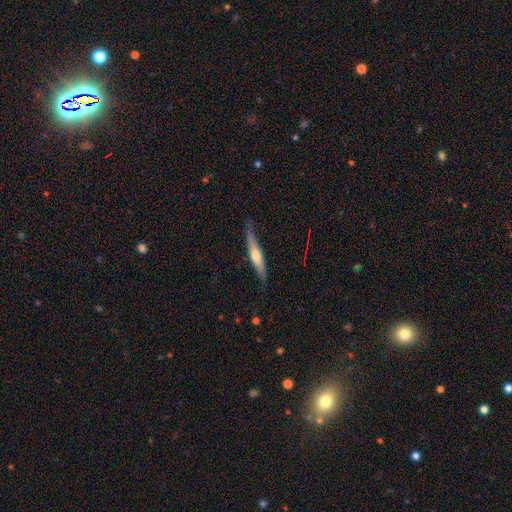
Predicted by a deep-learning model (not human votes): A featured or disk galaxy (49%). Merging: none (76%).